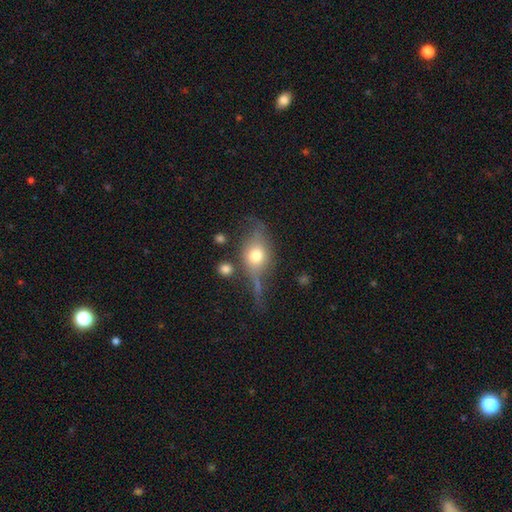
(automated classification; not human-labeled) smooth_or_featured: smooth (p=0.45) [tied with: featured or disk p=0.45]
merging: none (p=0.46) [alt: minor disturbance p=0.24]